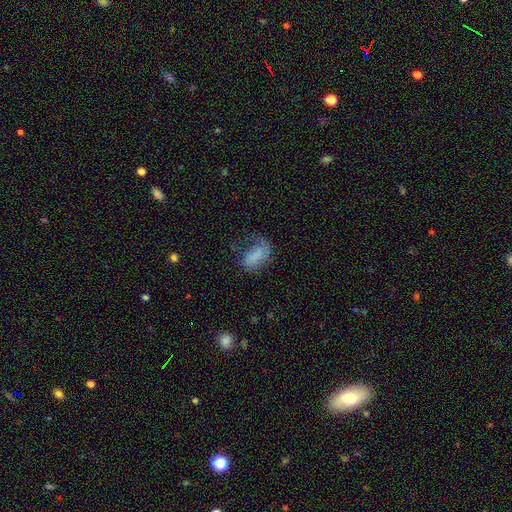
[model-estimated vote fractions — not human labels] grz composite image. It shows a smooth galaxy with no disk features (59%) that is in between round and cigar-shaped (87%). Merging: major disturbance (40%).